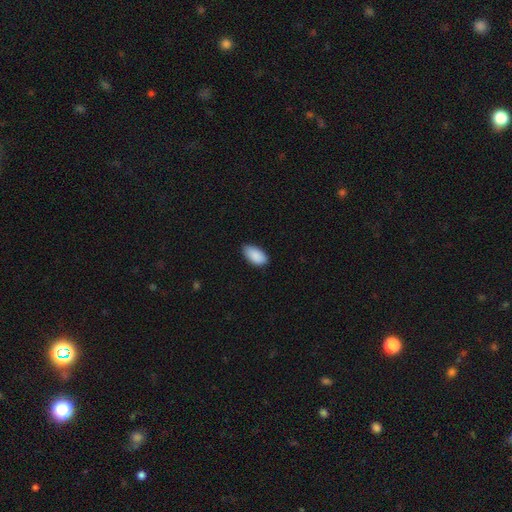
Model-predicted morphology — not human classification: A smooth galaxy with no disk features (90%) that is in between round and cigar-shaped (95%). Merging: none (81%).